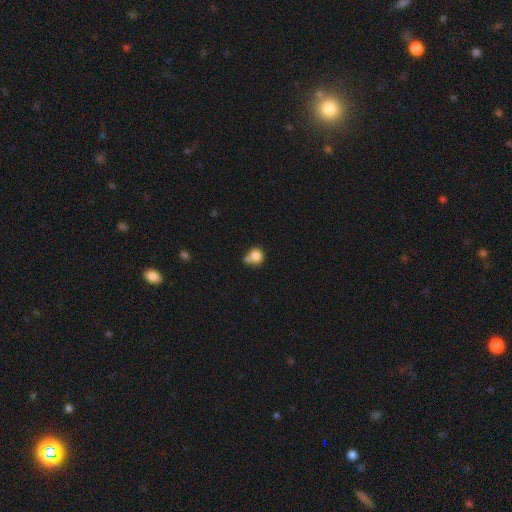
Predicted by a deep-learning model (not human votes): Smooth or featured? Predicted: smooth (p=0.81). How rounded? Predicted: round (p=0.80). Merging? Predicted: none (p=0.44).